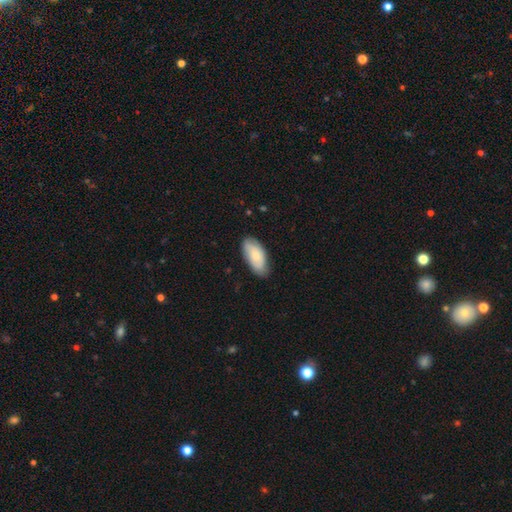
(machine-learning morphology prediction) The model was most divided on "smooth or featured": smooth: 71%, featured or disk: 23%, star or artifact: 6%. More confident: how rounded — in between (92%); merging — none (75%).